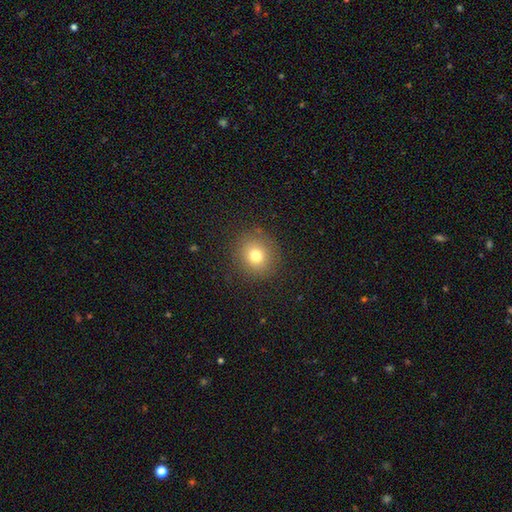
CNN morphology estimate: This appears to be a smooth galaxy with no disk features (76%) that is round (87%). Merging: none (88%).